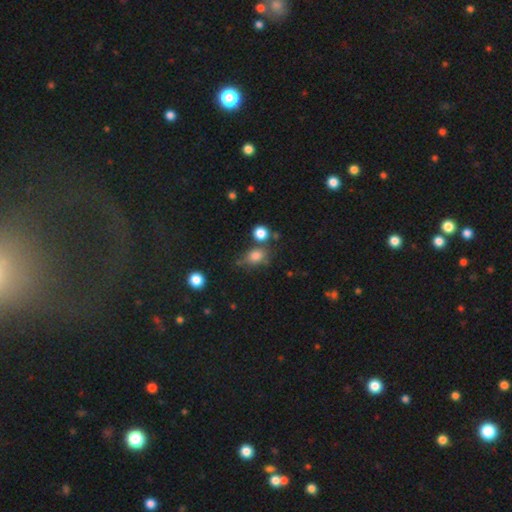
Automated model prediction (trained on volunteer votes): smooth-or-featured: smooth: 80% | star or artifact: 13% | featured or disk: 8%
  how-rounded: in between: 55% | round: 43% | cigar-shaped: 2%
  merging: none: 58% | minor disturbance: 20% | merger: 14% | major disturbance: 8%